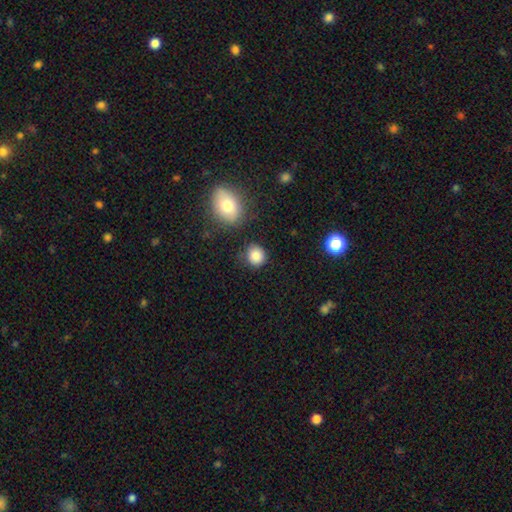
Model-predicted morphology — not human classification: type=smooth (85%); roundness=round (84%); merging=none (81%).